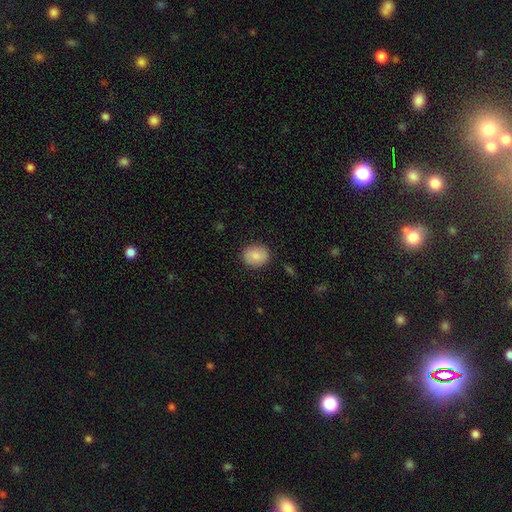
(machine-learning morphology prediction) Smooth or featured?
  - smooth: 85% *
  - featured or disk: 8%
  - star or artifact: 7%
How rounded?
  - round: 62% *
  - in between: 37%
  - cigar-shaped: 1%
Merging?
  - none: 87% *
  - minor disturbance: 9%
  - major disturbance: 2%
  - merger: 1%